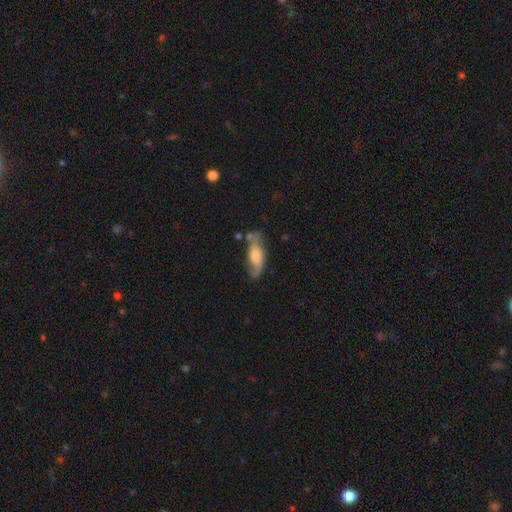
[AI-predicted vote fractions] smooth_or_featured: featured or disk (p=0.52) [alt: smooth p=0.42]
disk_edge_on: no (p=0.77) [alt: yes p=0.23]
merging: none (p=0.60) [alt: minor disturbance p=0.24]